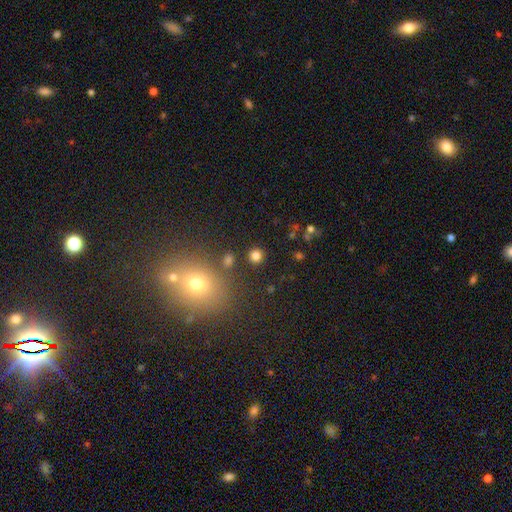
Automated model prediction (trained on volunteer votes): smooth 82%, star or artifact 14%, featured or disk 5%. Down the decision tree: how rounded — round (91%); merging — none (87%).